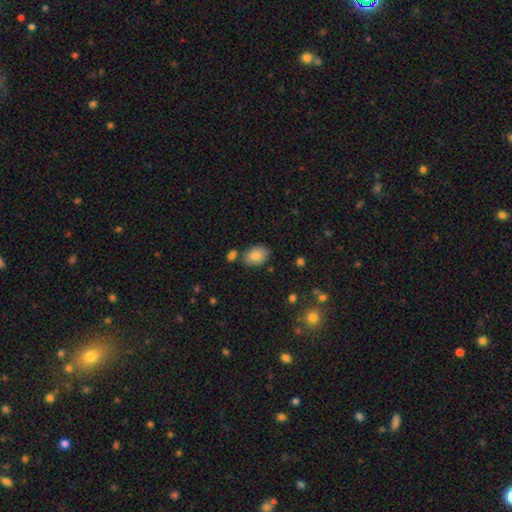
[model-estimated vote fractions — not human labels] A smooth galaxy with no disk features (84%) that is in between round and cigar-shaped (81%). Merging: none (75%).